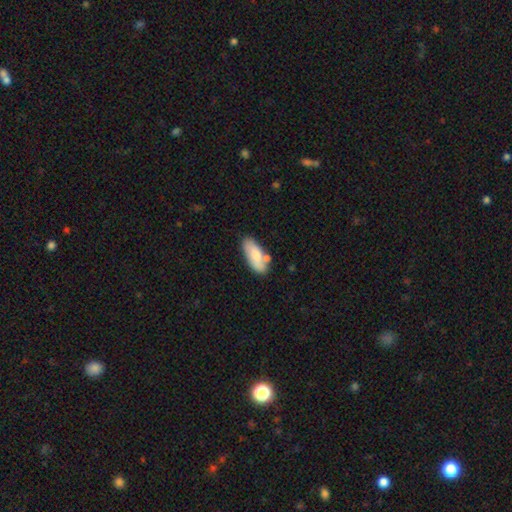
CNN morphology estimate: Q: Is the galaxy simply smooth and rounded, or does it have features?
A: smooth — 75%.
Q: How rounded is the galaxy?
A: in between — 82%.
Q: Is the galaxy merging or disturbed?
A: none — 63%.